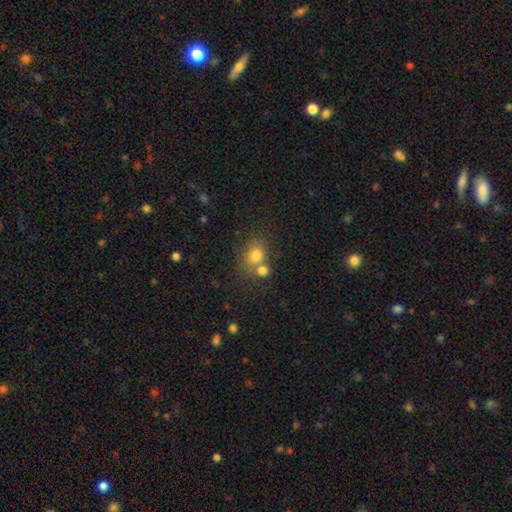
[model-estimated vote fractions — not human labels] Smooth or featured? smooth (77%)
How rounded? round (56%)
Merging? none (49%)